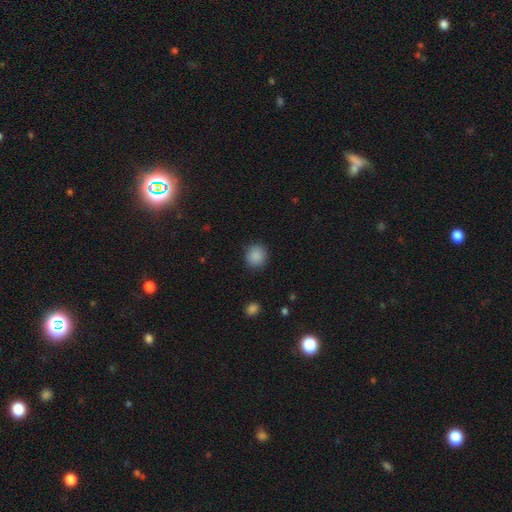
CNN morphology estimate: This is clearly a smooth galaxy (88%). How rounded: clearly round (85%). Merging: clearly none (89%).